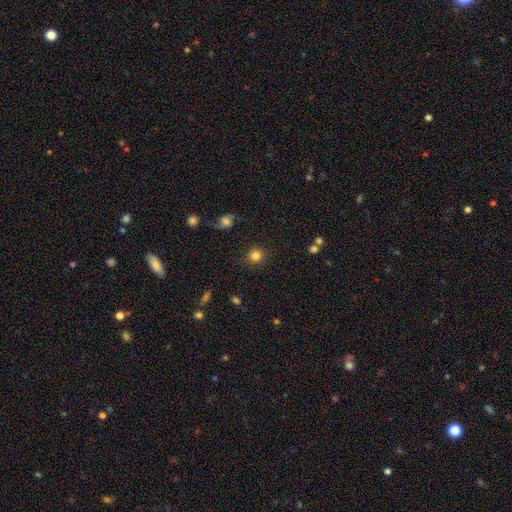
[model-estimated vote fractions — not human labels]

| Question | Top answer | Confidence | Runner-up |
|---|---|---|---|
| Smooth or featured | smooth | 83% | star or artifact (11%) |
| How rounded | round | 92% | in between (7%) |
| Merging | none | 88% | minor disturbance (7%) |